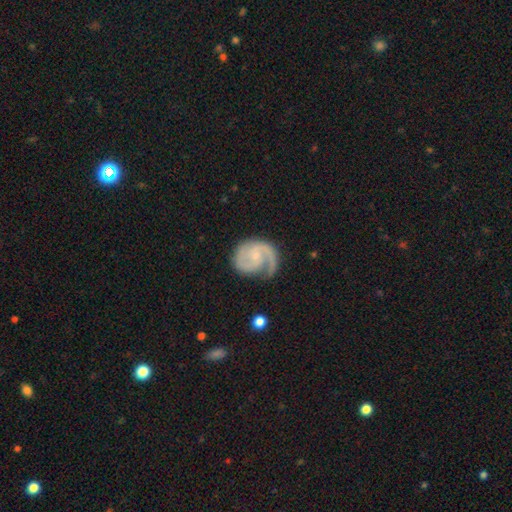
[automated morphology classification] Smooth or featured? Predicted: featured or disk (p=0.86). Edge-on disk? Predicted: no (p=0.98). Bar? Predicted: no (p=0.65). Spiral arms? Predicted: yes (p=0.97). Spiral winding? Predicted: medium (p=0.47). Spiral arm count? Predicted: 2 (p=0.68). Bulge size? Predicted: small (p=0.73). Merging? Predicted: none (p=0.65).